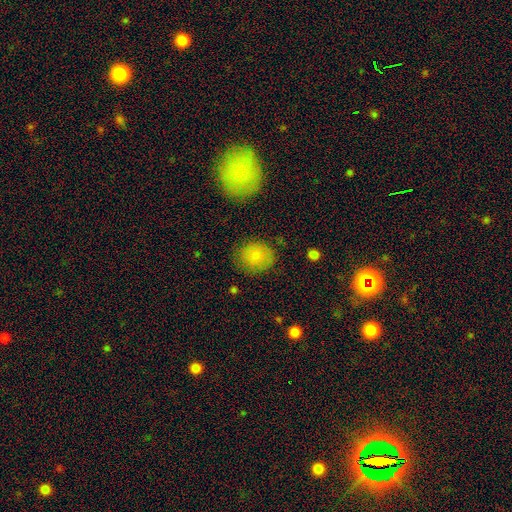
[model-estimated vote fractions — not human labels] Overall: smooth (82%). How rounded: round (71%). Merging: none (82%).